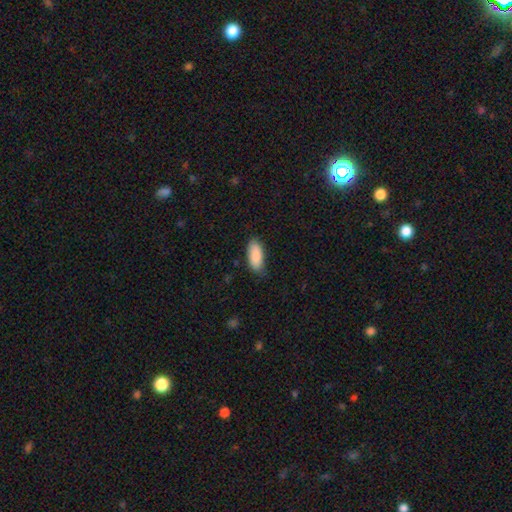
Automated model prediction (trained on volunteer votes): A smooth galaxy with no disk features (87%) that is in between round and cigar-shaped (83%). Merging: none (80%).